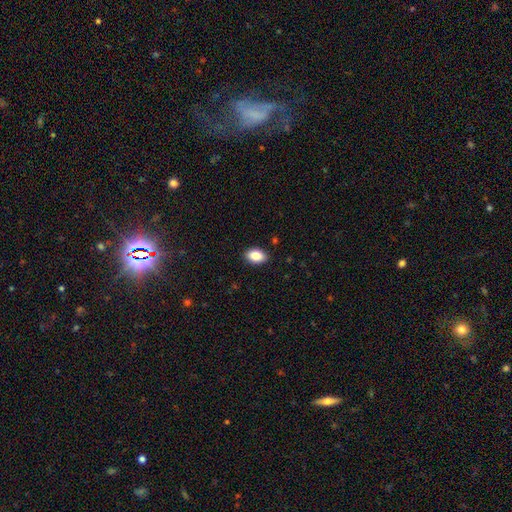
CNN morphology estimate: A smooth galaxy with no disk features (87%) that is in between round and cigar-shaped (90%). Merging: none (89%).